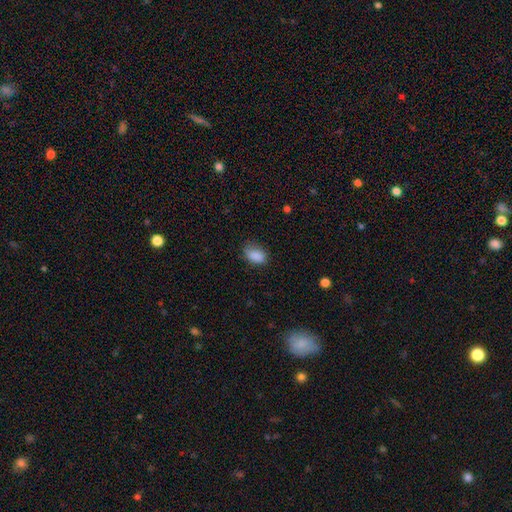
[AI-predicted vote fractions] smooth-or-featured: smooth: 88% | star or artifact: 8% | featured or disk: 4%
  how-rounded: in between: 86% | round: 12% | cigar-shaped: 2%
  merging: none: 68% | minor disturbance: 26% | major disturbance: 6% | merger: 1%